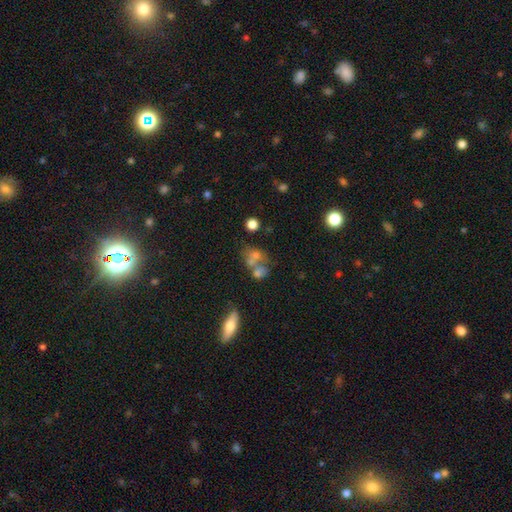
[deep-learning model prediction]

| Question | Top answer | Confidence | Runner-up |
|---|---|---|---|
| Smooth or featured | smooth | 55% | featured or disk (26%) |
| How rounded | in between | 49% | round (48%) |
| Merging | merger | 49% | none (33%) |